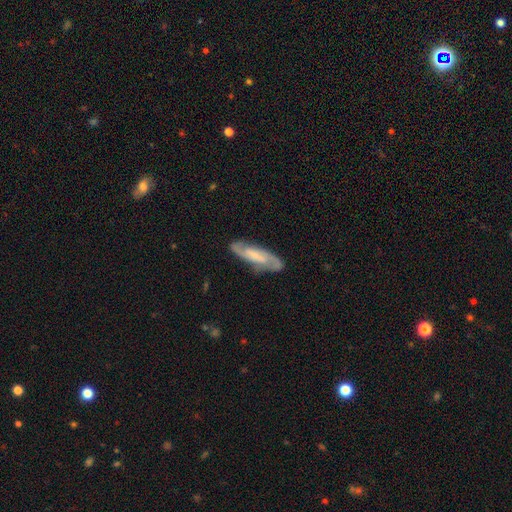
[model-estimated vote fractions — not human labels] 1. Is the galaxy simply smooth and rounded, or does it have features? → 72% featured or disk, 22% smooth, 6% star or artifact.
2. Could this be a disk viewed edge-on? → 84% no, 16% yes.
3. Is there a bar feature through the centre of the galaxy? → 42% weak, 36% no, 23% strong.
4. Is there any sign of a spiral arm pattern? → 94% yes, 6% no.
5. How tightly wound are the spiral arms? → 48% medium, 32% tight, 20% loose.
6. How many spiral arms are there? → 85% 2, 8% can't tell, 2% 3, 2% 1, 1% 4, 1% more than 4.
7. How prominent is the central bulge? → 37% small, 27% none, 27% moderate, 8% large, 2% dominant.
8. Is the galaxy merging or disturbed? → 80% none, 15% minor disturbance, 4% major disturbance, 2% merger.